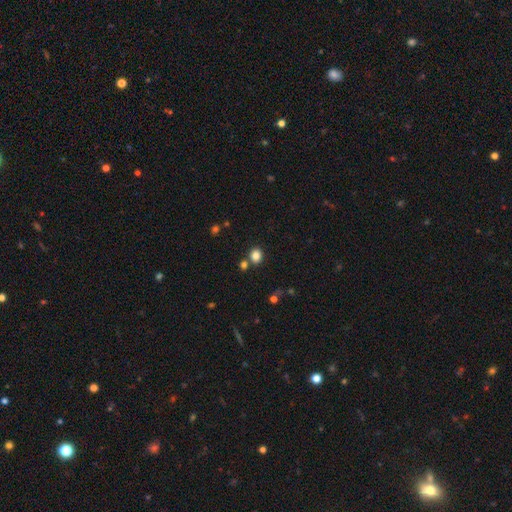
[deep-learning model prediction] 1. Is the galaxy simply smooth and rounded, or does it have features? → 83% smooth, 12% star or artifact, 5% featured or disk.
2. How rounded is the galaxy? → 65% round, 34% in between, 1% cigar-shaped.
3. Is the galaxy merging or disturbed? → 74% none, 14% merger, 9% minor disturbance, 3% major disturbance.